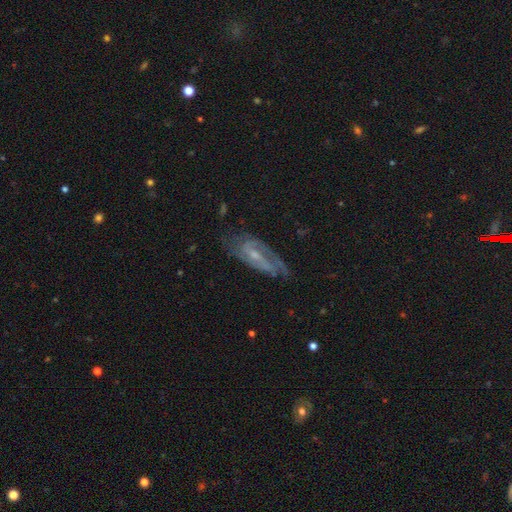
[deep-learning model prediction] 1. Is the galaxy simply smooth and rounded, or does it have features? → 80% featured or disk, 13% smooth, 8% star or artifact.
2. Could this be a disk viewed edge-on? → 89% no, 11% yes.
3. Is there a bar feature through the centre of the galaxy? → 48% weak, 30% no, 22% strong.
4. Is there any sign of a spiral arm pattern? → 92% yes, 8% no.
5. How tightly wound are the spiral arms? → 46% medium, 38% tight, 16% loose.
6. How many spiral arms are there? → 69% 2, 17% can't tell, 6% 1, 5% 3, 2% 4, 2% more than 4.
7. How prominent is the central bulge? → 61% small, 29% moderate, 8% none, 2% large, 1% dominant.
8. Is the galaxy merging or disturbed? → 65% none, 21% minor disturbance, 12% major disturbance, 2% merger.